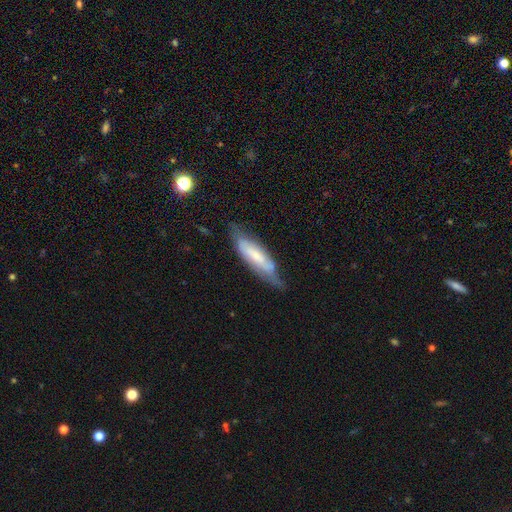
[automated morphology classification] The model was most divided on "smooth or featured": featured or disk: 57%, smooth: 37%, star or artifact: 6%. More confident: edge-on disk — no (63%); merging — none (54%).